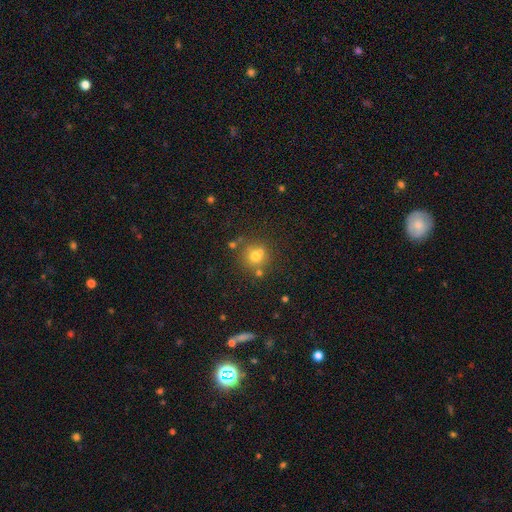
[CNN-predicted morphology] Smooth or featured? Predicted: smooth (p=0.68). How rounded? Predicted: round (p=0.87). Merging? Predicted: none (p=0.62).